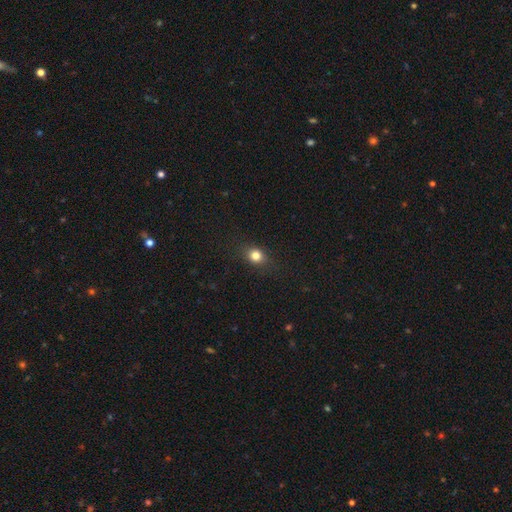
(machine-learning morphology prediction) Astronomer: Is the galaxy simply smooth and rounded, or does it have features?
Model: smooth — 80%.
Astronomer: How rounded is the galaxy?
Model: round — 62%.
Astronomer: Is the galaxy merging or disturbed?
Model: none — 85%.